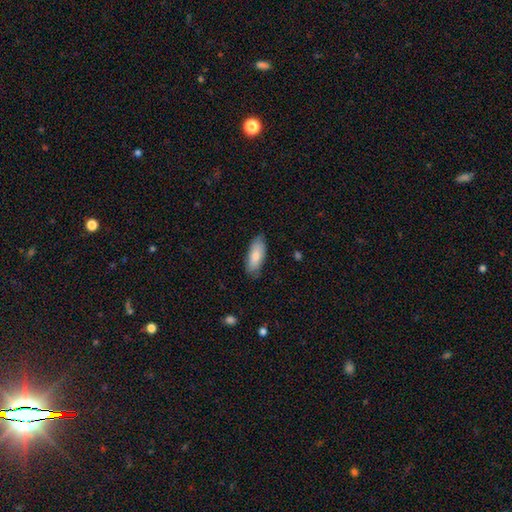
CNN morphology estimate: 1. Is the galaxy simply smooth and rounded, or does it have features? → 81% smooth, 14% featured or disk, 6% star or artifact.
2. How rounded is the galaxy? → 80% in between, 18% cigar-shaped, 2% round.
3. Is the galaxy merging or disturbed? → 79% none, 17% minor disturbance, 3% major disturbance, 1% merger.